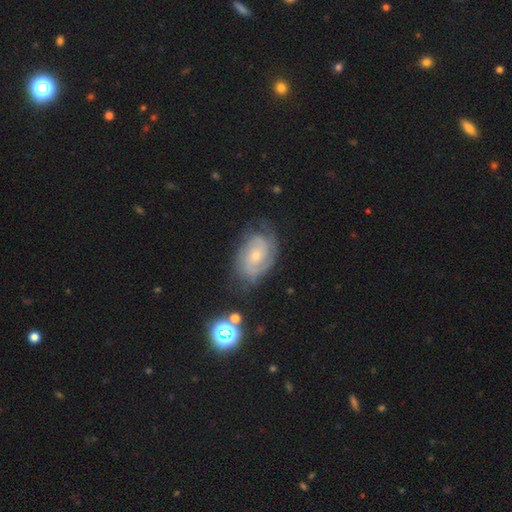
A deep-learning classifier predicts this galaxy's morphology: Smooth or featured?
  - featured or disk: 79% *
  - smooth: 14%
  - star or artifact: 7%
Edge-on disk?
  - no: 97% *
  - yes: 3%
Bar?
  - no: 63% *
  - weak: 32%
  - strong: 5%
Spiral arms?
  - yes: 94% *
  - no: 6%
Spiral winding?
  - tight: 57% *
  - medium: 34%
  - loose: 9%
Spiral arm count?
  - 2: 47% *
  - can't tell: 28%
  - 3: 14%
  - 1: 4%
  - 4: 4%
  - more than 4: 3%
Bulge size?
  - small: 61% *
  - moderate: 34%
  - none: 2%
  - large: 2%
  - dominant: 1%
Merging?
  - none: 65% *
  - minor disturbance: 23%
  - major disturbance: 10%
  - merger: 2%